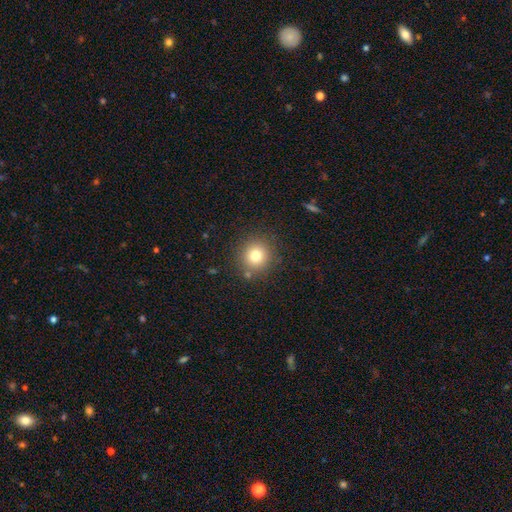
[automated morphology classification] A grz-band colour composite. It shows a smooth galaxy with no disk features (76%) that is round (92%). Merging: none (85%).